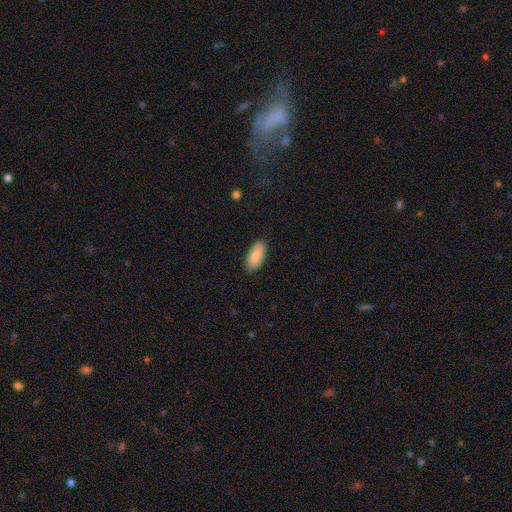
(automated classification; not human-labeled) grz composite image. It shows a smooth galaxy with no disk features (81%) that is in between round and cigar-shaped (92%). Merging: none (86%).